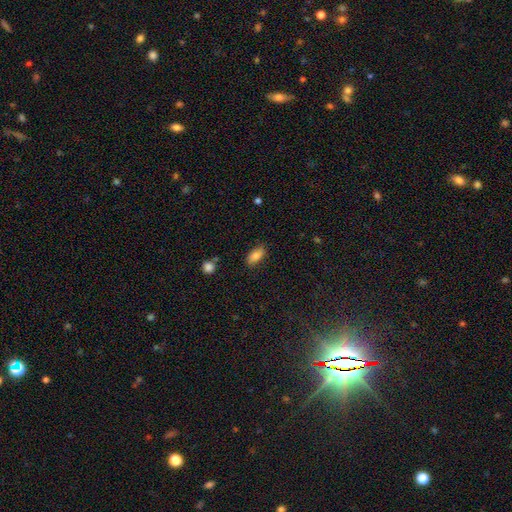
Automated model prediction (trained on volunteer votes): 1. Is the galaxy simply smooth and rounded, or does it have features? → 79% smooth, 14% featured or disk, 8% star or artifact.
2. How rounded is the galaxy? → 86% in between, 10% cigar-shaped, 4% round.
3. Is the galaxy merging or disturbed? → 80% none, 15% minor disturbance, 3% major disturbance, 2% merger.